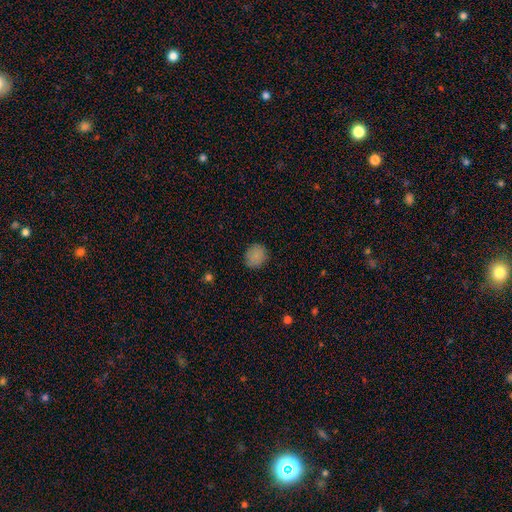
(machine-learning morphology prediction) Smooth or featured?
  - smooth: 85% *
  - star or artifact: 10%
  - featured or disk: 6%
How rounded?
  - round: 74% *
  - in between: 25%
  - cigar-shaped: 1%
Merging?
  - none: 86% *
  - minor disturbance: 11%
  - major disturbance: 2%
  - merger: 1%